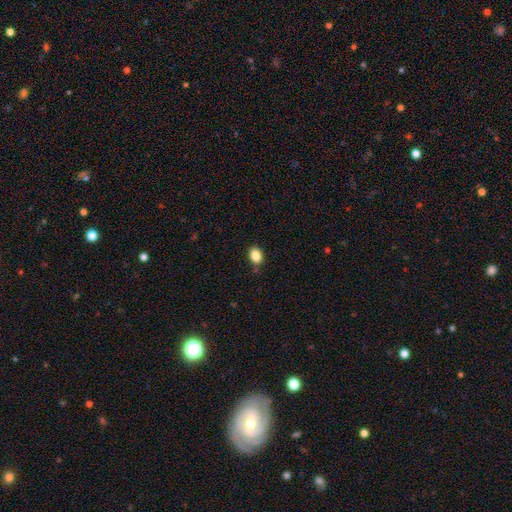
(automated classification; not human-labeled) This is clearly a smooth galaxy (86%). How rounded: likely in between (65%). Merging: clearly none (84%).